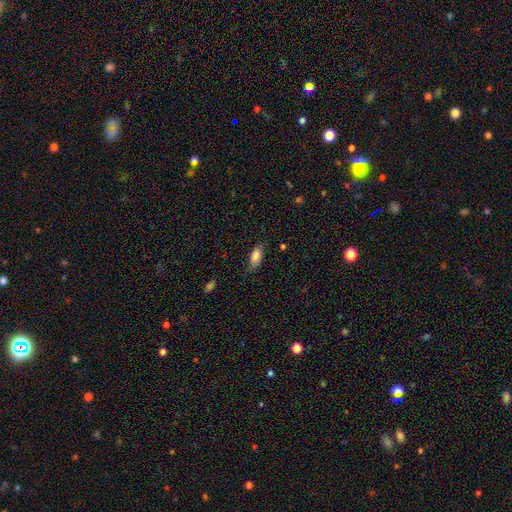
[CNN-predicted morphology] Smooth or featured?
  - smooth: 80% *
  - featured or disk: 12%
  - star or artifact: 7%
How rounded?
  - in between: 84% *
  - cigar-shaped: 14%
  - round: 3%
Merging?
  - none: 66% *
  - minor disturbance: 25%
  - major disturbance: 7%
  - merger: 1%